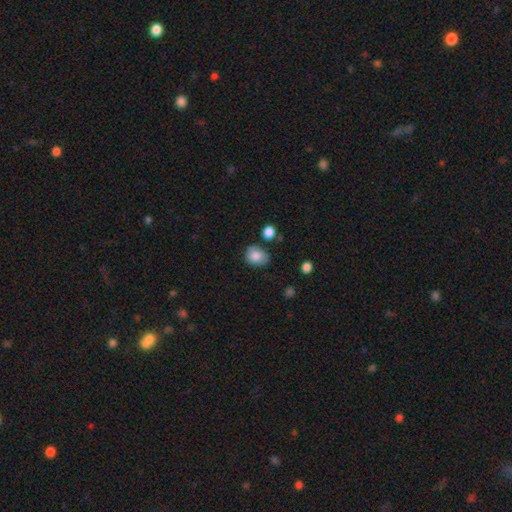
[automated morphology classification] Q: Smooth or featured?
A: smooth (83%); runner-up: featured or disk (9%)
Q: How rounded?
A: round (51%); runner-up: in between (48%)
Q: Merging?
A: none (62%); runner-up: minor disturbance (25%)